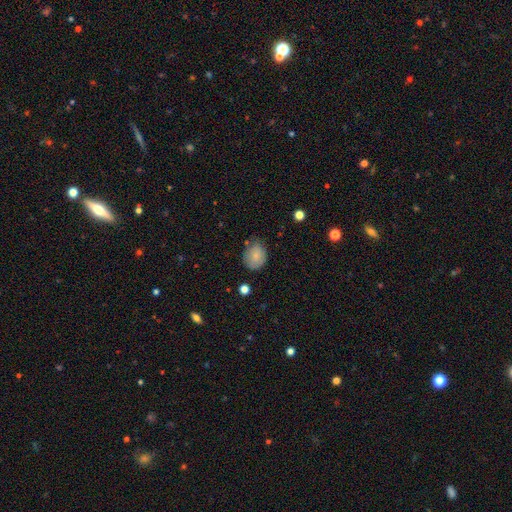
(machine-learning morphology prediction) Smooth or featured?
  - smooth: 82% *
  - featured or disk: 10%
  - star or artifact: 8%
How rounded?
  - round: 51% *
  - in between: 48%
  - cigar-shaped: 1%
Merging?
  - none: 65% *
  - minor disturbance: 26%
  - major disturbance: 6%
  - merger: 3%